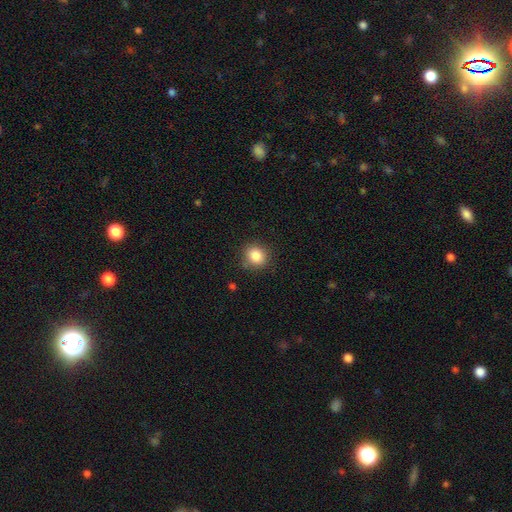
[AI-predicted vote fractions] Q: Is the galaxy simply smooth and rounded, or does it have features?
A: smooth — 86%.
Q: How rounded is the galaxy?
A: round — 78%.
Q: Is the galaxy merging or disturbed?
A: none — 84%.